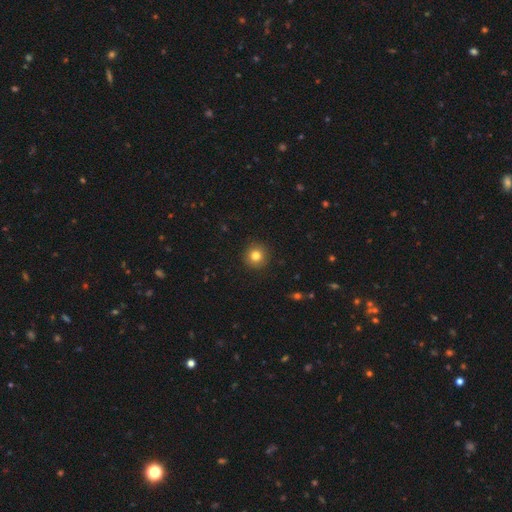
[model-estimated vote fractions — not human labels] Overall: smooth (82%). How rounded: round (95%). Merging: none (92%).